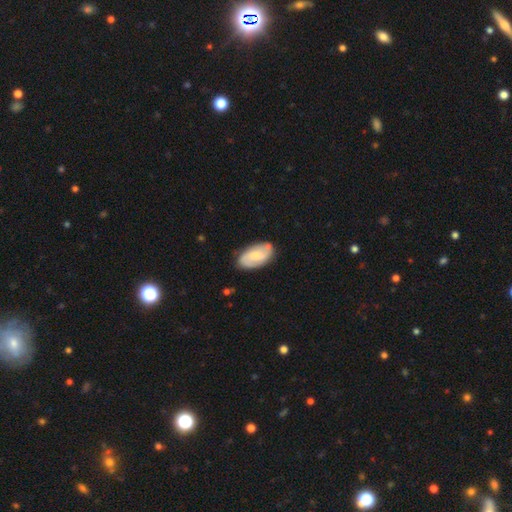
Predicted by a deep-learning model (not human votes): Q: Smooth or featured?
A: featured or disk (51%); runner-up: smooth (43%)
Q: Edge-on disk?
A: no (94%); runner-up: yes (6%)
Q: Merging?
A: none (78%); runner-up: minor disturbance (15%)